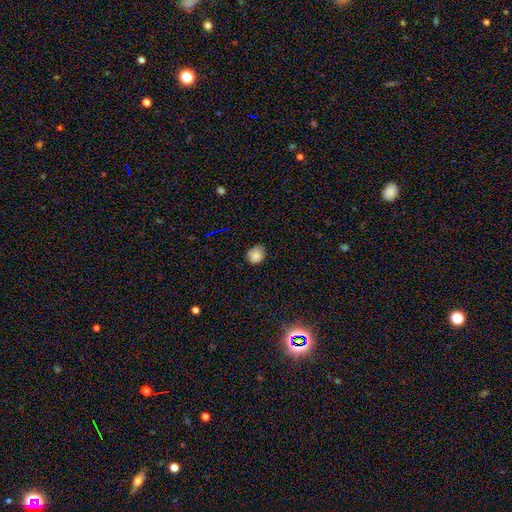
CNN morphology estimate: Smooth or featured? smooth (83%)
How rounded? round (71%)
Merging? none (73%)